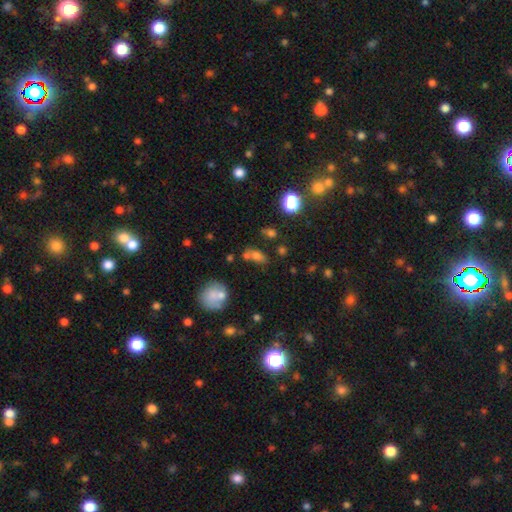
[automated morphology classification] Smooth or featured?
  - smooth: 69% *
  - star or artifact: 17%
  - featured or disk: 14%
How rounded?
  - in between: 72% *
  - round: 22%
  - cigar-shaped: 6%
Merging?
  - none: 46% *
  - merger: 34%
  - minor disturbance: 14%
  - major disturbance: 7%